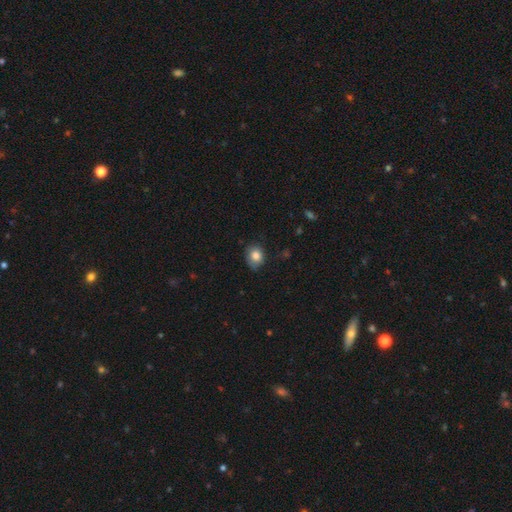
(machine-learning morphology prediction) smooth_or_featured: smooth (p=0.82) [alt: star or artifact p=0.09]
how_rounded: round (p=0.56) [alt: in between p=0.43]
merging: none (p=0.69) [alt: minor disturbance p=0.25]